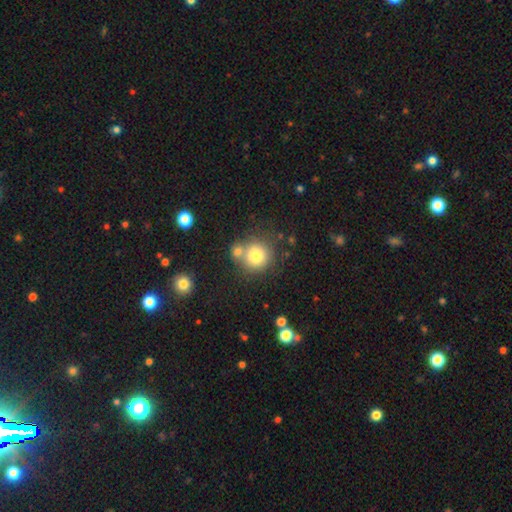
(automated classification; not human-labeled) Smooth or featured? Predicted: smooth (p=0.77). How rounded? Predicted: round (p=0.89). Merging? Predicted: none (p=0.56).